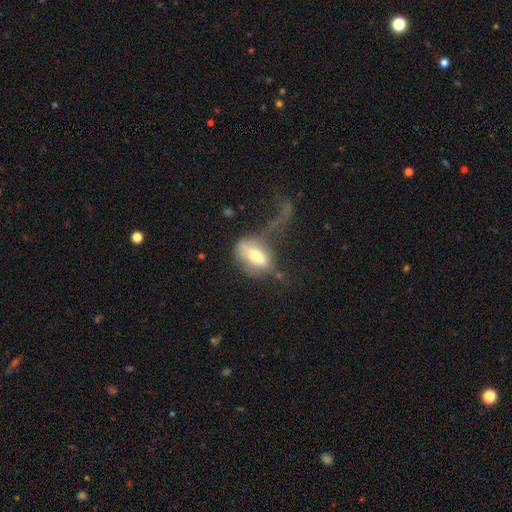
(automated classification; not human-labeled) smooth-or-featured: smooth: 61% | featured or disk: 31% | star or artifact: 9%
  how-rounded: in between: 84% | cigar-shaped: 8% | round: 7%
  merging: major disturbance: 56% | none: 18% | minor disturbance: 17% | merger: 10%